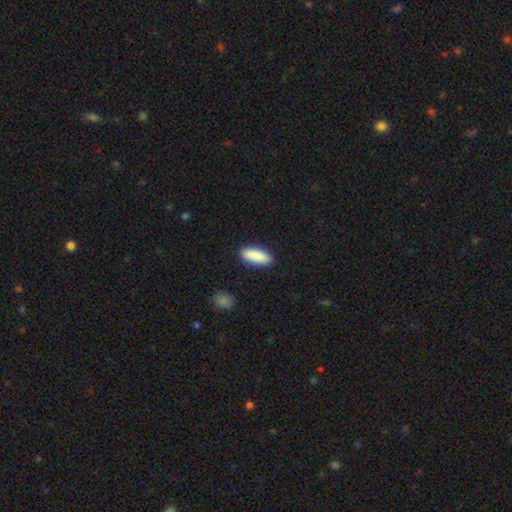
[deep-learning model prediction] Smooth or featured?
  - smooth: 89% *
  - star or artifact: 6%
  - featured or disk: 5%
How rounded?
  - in between: 66% *
  - cigar-shaped: 32%
  - round: 2%
Merging?
  - none: 89% *
  - minor disturbance: 8%
  - major disturbance: 2%
  - merger: 2%